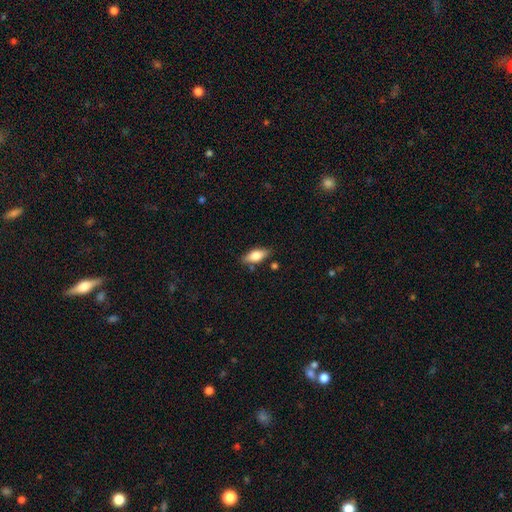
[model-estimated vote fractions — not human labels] smooth-or-featured: smooth: 69% | featured or disk: 24% | star or artifact: 7%
  how-rounded: in between: 79% | cigar-shaped: 18% | round: 3%
  merging: none: 81% | minor disturbance: 13% | merger: 3% | major disturbance: 3%